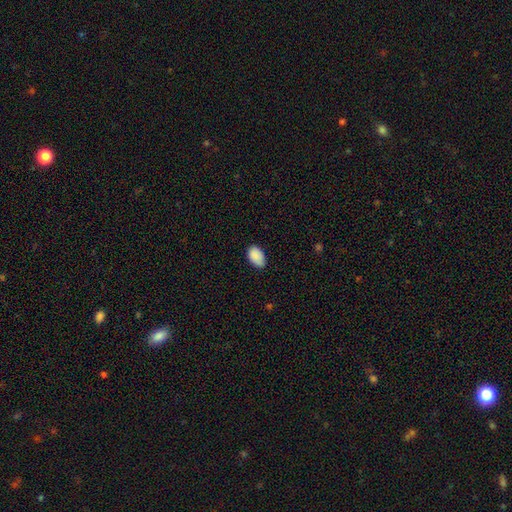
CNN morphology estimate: Overall: smooth (89%). How rounded: in between (92%). Merging: none (73%).